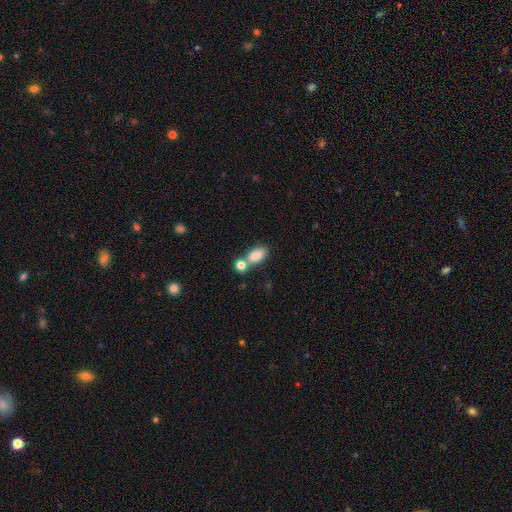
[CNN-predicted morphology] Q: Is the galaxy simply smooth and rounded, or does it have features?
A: smooth — 83%.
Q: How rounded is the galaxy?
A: in between — 86%.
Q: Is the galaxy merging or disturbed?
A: none — 45%.